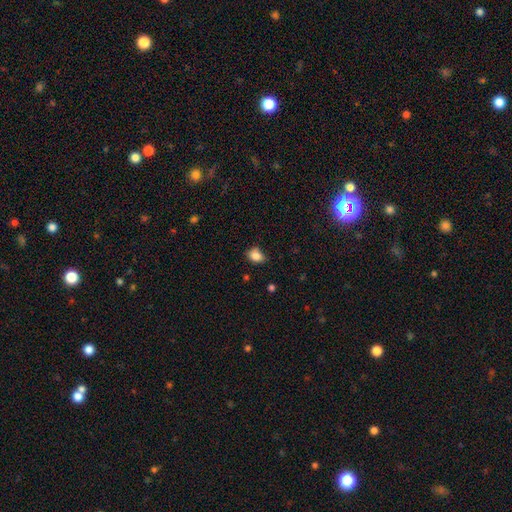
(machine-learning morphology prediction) A smooth galaxy with no disk features (85%) that is in between round and cigar-shaped (64%). Merging: none (70%).